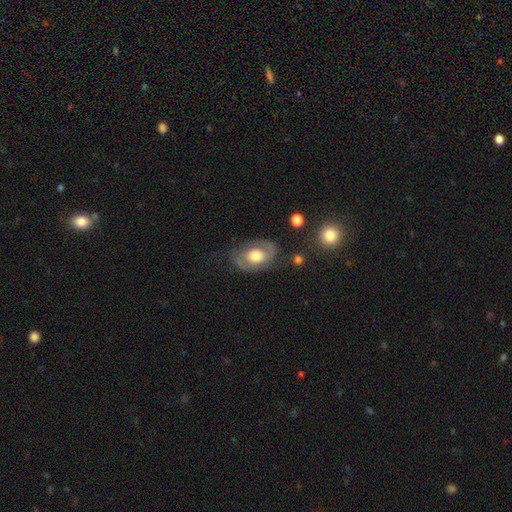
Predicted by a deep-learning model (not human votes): Smooth or featured? featured or disk (67%)
Edge-on disk? no (96%)
Bar? no (74%)
Spiral arms? yes (72%)
Bulge size? moderate (48%)
Merging? none (68%)